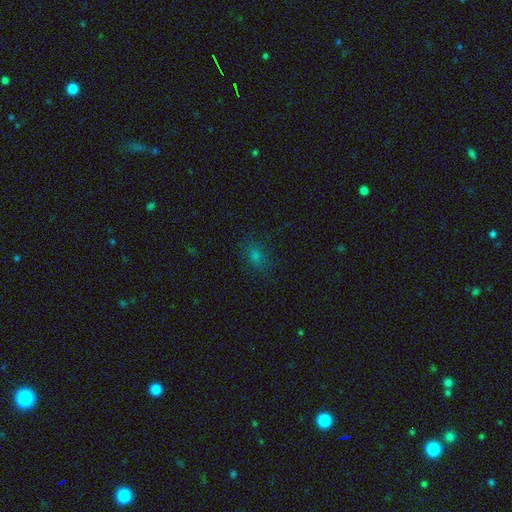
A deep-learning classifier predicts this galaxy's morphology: Smooth or featured: smooth — 67% (star or artifact — 23%)
How rounded: in between — 63% (round — 34%)
Merging: none — 80% (minor disturbance — 14%)